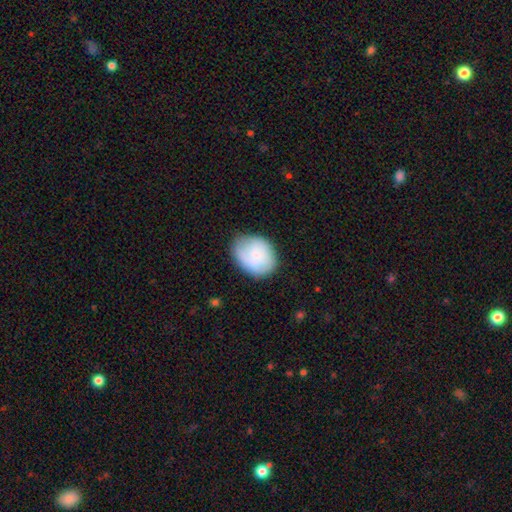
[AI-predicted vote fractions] Smooth or featured: smooth — 69% (featured or disk — 24%)
How rounded: in between — 52% (round — 47%)
Merging: none — 67% (minor disturbance — 24%)